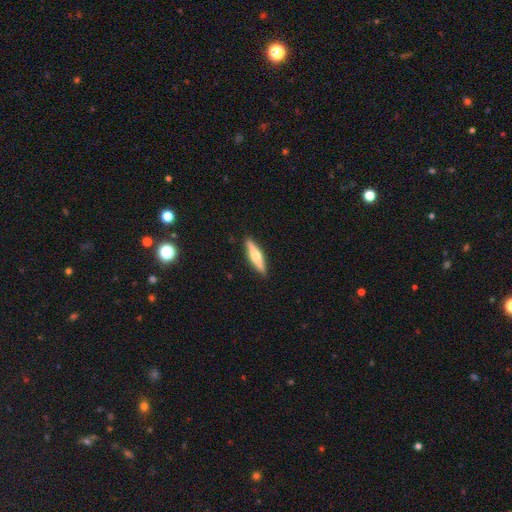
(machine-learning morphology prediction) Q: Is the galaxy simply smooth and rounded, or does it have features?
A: featured or disk — 55%.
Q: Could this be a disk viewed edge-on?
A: yes — 96%.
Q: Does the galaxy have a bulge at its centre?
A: rounded — 92%.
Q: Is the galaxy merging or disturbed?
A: none — 90%.